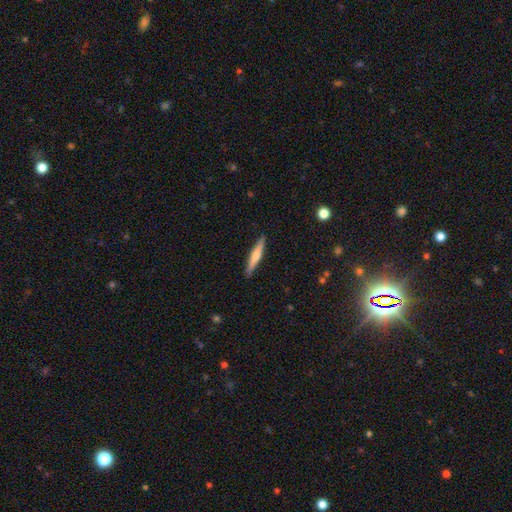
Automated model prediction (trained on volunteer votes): A smooth galaxy with no disk features (51%) that is cigar-shaped (92%).

Vote fractions:
- Smooth or featured? smooth: 51% / featured or disk: 44% / star or artifact: 5%
- How rounded? cigar-shaped: 92% / in between: 6% / round: 1%
- Merging? none: 90% / minor disturbance: 7% / major disturbance: 1% / merger: 1%